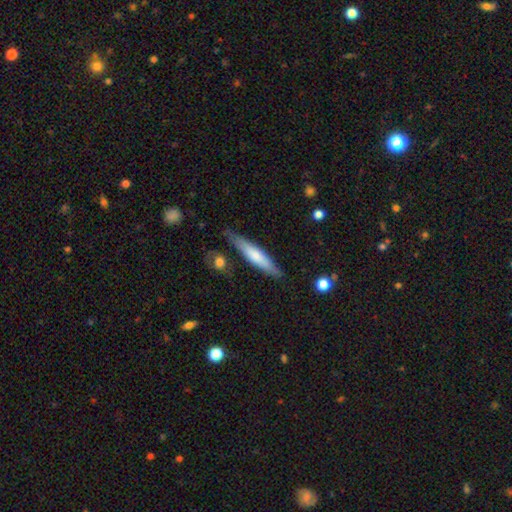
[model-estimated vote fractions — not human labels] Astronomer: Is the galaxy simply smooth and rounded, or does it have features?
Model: smooth — 60%.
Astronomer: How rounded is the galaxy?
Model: cigar-shaped — 85%.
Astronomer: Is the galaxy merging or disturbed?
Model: none — 77%.